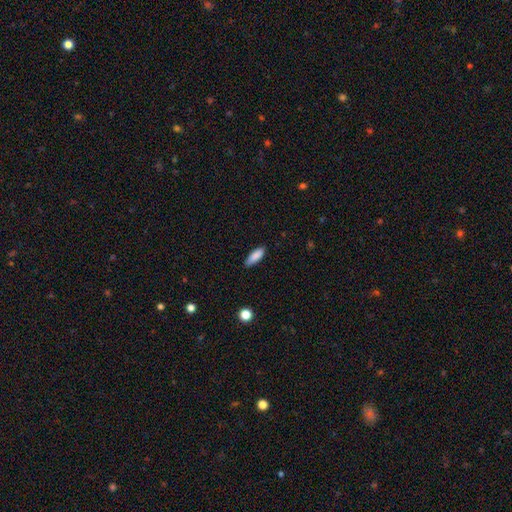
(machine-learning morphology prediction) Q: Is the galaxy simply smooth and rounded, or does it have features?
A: smooth — 87%.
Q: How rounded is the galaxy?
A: in between — 59%.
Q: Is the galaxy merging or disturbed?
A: none — 82%.